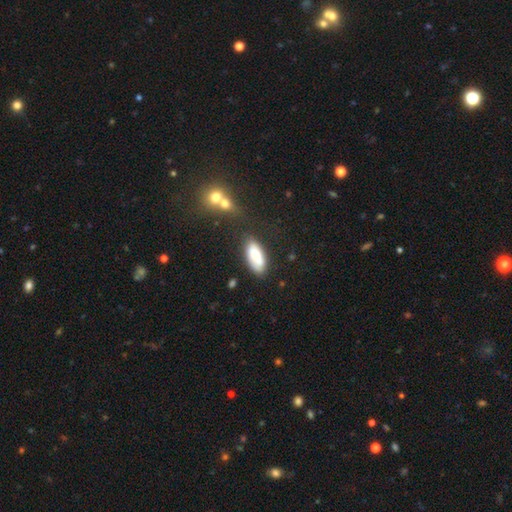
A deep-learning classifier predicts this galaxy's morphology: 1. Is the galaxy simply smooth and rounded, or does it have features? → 72% smooth, 21% featured or disk, 7% star or artifact.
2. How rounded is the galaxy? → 83% in between, 15% cigar-shaped, 2% round.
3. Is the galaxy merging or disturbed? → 69% none, 18% minor disturbance, 7% merger, 5% major disturbance.